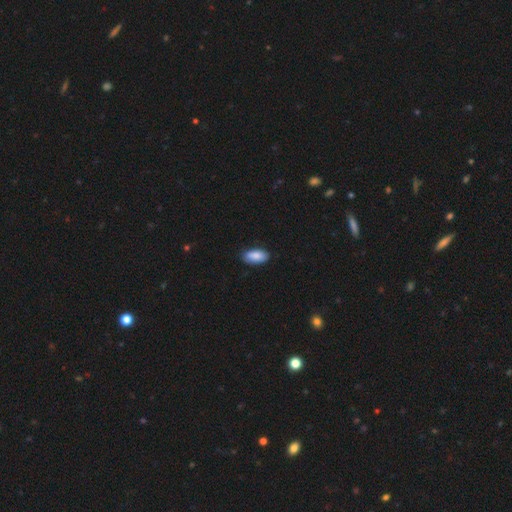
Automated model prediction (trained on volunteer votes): Smooth or featured? smooth (87%)
How rounded? in between (92%)
Merging? none (84%)